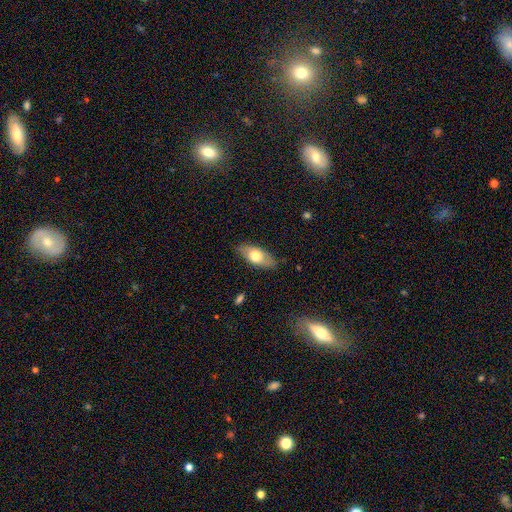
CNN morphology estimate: A smooth galaxy with no disk features (67%) that is in between round and cigar-shaped (85%).

Vote fractions:
- Smooth or featured? smooth: 67% / featured or disk: 27% / star or artifact: 6%
- How rounded? in between: 85% / cigar-shaped: 11% / round: 4%
- Merging? none: 83% / minor disturbance: 13% / major disturbance: 3% / merger: 1%